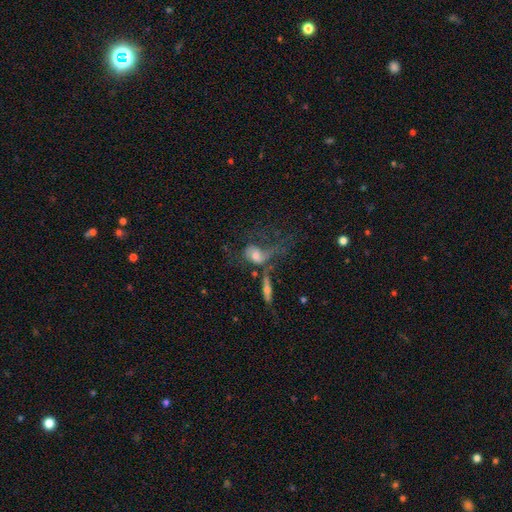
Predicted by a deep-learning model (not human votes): A featured or disk galaxy (45%, tied with smooth). Merging: major disturbance (42%).